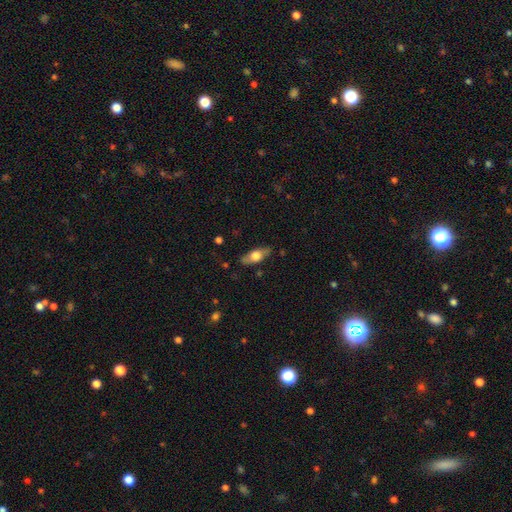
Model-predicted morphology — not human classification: smooth 56%, featured or disk 38%, star or artifact 6%. Down the decision tree: how rounded — in between (69%); merging — none (82%).